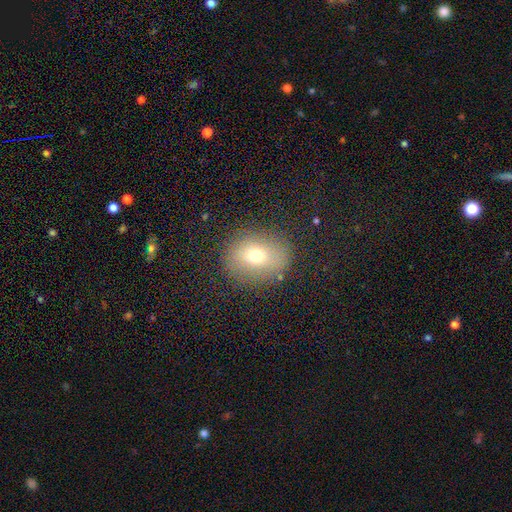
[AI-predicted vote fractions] A smooth galaxy with no disk features (68%) that is round (56%).

Vote fractions:
- Smooth or featured? smooth: 68% / featured or disk: 18% / star or artifact: 14%
- How rounded? round: 56% / in between: 43% / cigar-shaped: 1%
- Merging? none: 84% / minor disturbance: 10% / major disturbance: 4% / merger: 1%